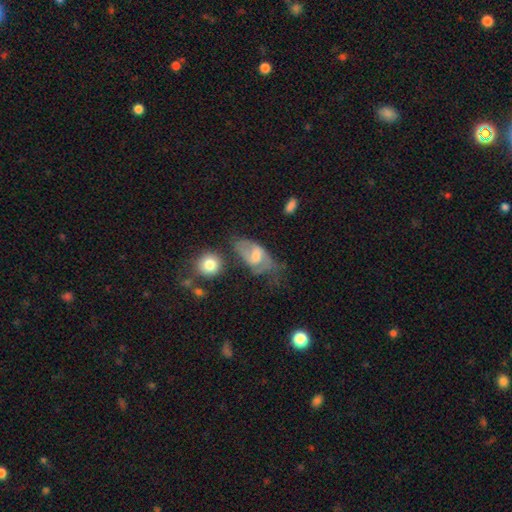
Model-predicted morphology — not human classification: A featured or disk galaxy (58%) with a weak bar (47%), spiral arms (65%) and a moderate central bulge (58%). Merging: none (43%).